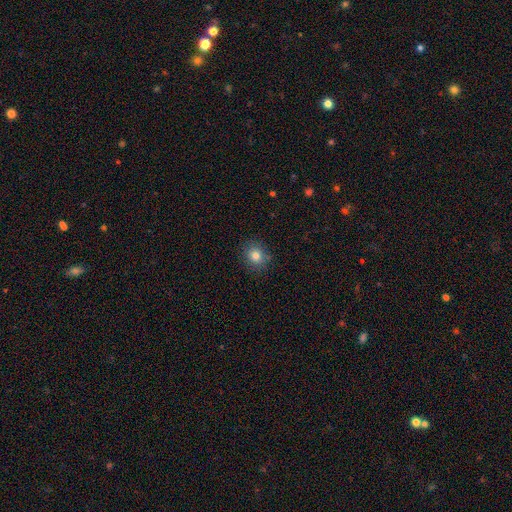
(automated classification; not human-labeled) A smooth galaxy with no disk features (79%) that is round (77%). Merging: none (86%).